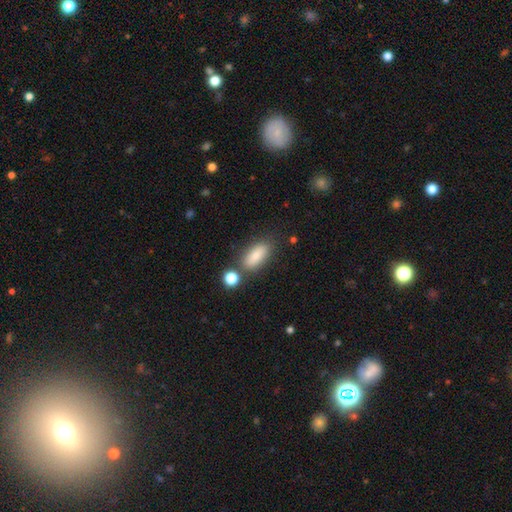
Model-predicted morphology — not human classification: A smooth galaxy with no disk features (82%) that is in between round and cigar-shaped (76%). Merging: none (72%).